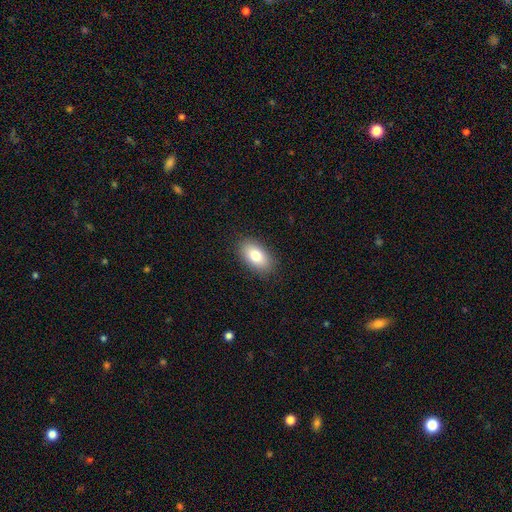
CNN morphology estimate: This appears to be a smooth galaxy with no disk features (80%) that is in between round and cigar-shaped (92%). Merging: none (88%).